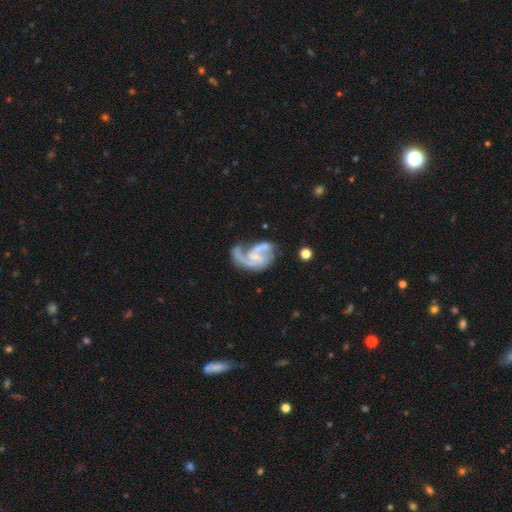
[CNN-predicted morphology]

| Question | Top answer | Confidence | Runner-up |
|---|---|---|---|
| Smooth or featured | featured or disk | 84% | smooth (10%) |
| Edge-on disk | no | 98% | yes (2%) |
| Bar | no | 43% | weak (41%) |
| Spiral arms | yes | 92% | no (8%) |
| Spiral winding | medium | 47% | loose (36%) |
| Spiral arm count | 2 | 61% | 1 (17%) |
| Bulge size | small | 51% | none (33%) |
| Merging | none | 35% | major disturbance (34%) |